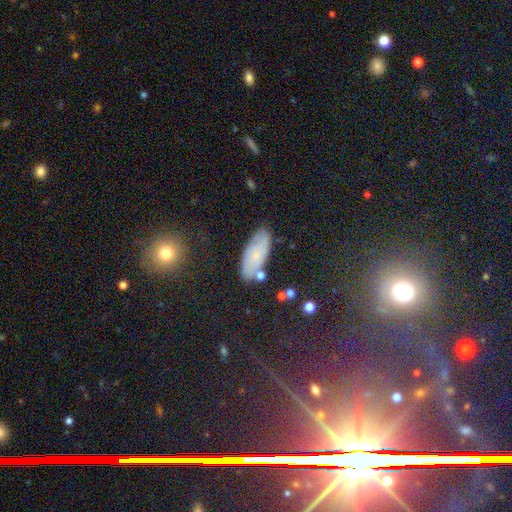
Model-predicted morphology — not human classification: type=smooth (54%); roundness=in between (83%); merging=none (75%).